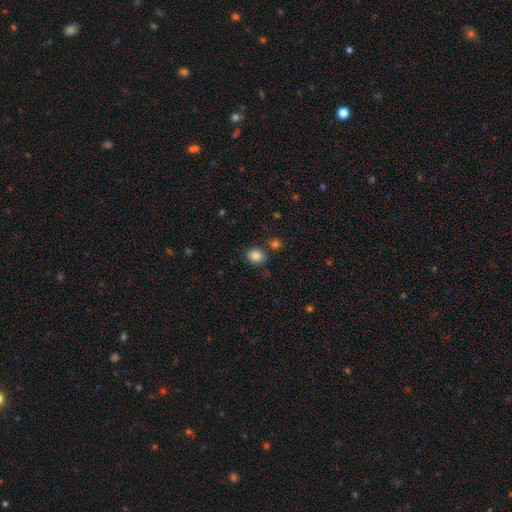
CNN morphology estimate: This appears to be a smooth galaxy with no disk features (85%) that is round (63%). Merging: none (80%).